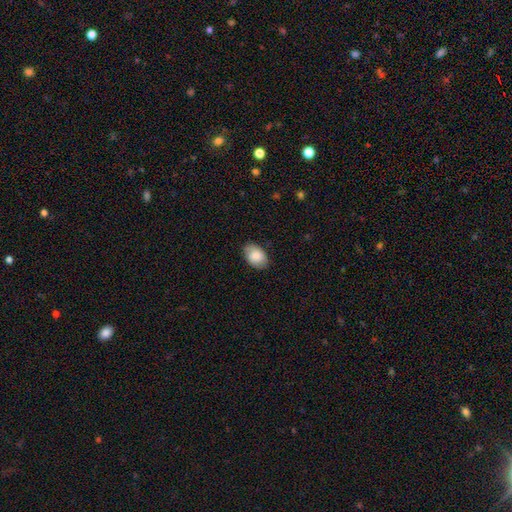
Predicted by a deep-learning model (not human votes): Smooth or featured: smooth — 84% (featured or disk — 9%)
How rounded: in between — 88% (round — 11%)
Merging: none — 83% (minor disturbance — 13%)